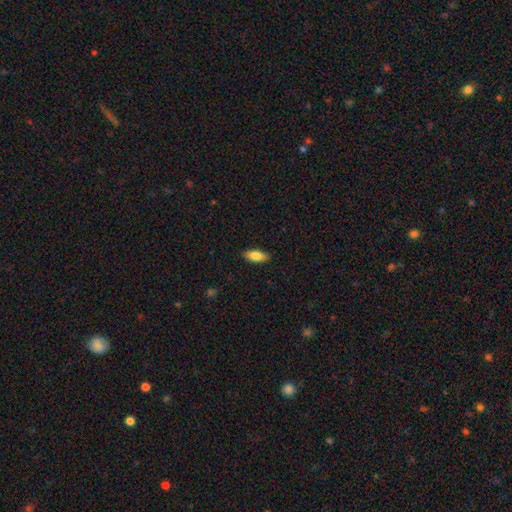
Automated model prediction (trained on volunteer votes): Q: Smooth or featured?
A: smooth (82%); runner-up: featured or disk (12%)
Q: How rounded?
A: in between (77%); runner-up: cigar-shaped (20%)
Q: Merging?
A: none (88%); runner-up: minor disturbance (9%)